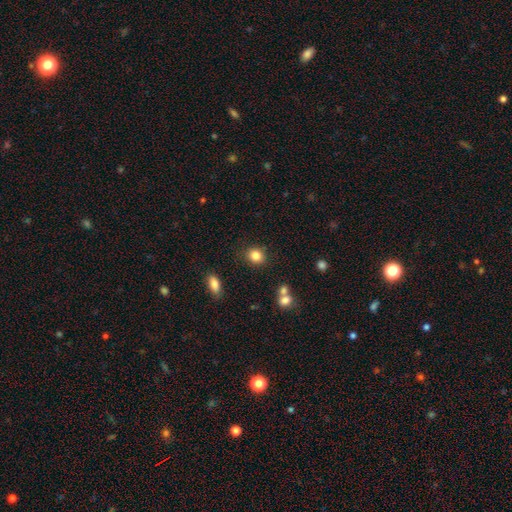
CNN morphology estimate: Smooth or featured?
  - smooth: 85% *
  - star or artifact: 10%
  - featured or disk: 5%
How rounded?
  - round: 73% *
  - in between: 26%
  - cigar-shaped: 1%
Merging?
  - none: 85% *
  - minor disturbance: 9%
  - merger: 3%
  - major disturbance: 3%